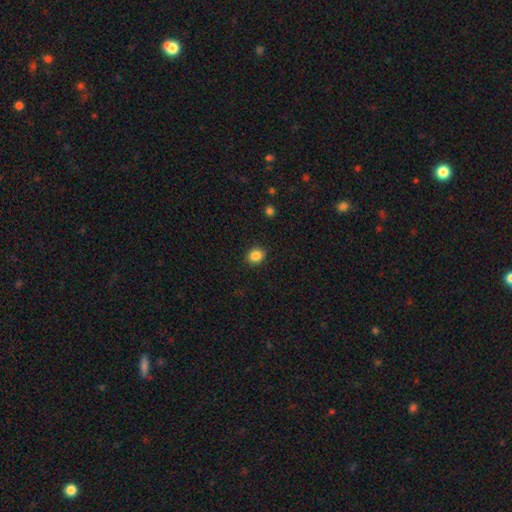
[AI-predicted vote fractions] A smooth galaxy with no disk features (86%) that is round (67%).

Vote fractions:
- Smooth or featured? smooth: 86% / star or artifact: 10% / featured or disk: 4%
- How rounded? round: 67% / in between: 32% / cigar-shaped: 1%
- Merging? none: 90% / minor disturbance: 7% / major disturbance: 2% / merger: 1%